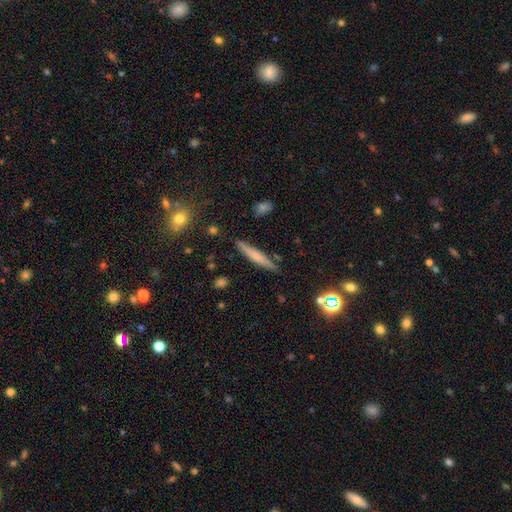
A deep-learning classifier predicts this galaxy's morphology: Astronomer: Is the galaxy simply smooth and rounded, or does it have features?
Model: smooth — 57% (runner-up: featured or disk, 35%).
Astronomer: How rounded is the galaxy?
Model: cigar-shaped — 92%.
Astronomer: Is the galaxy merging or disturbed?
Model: none — 86%.